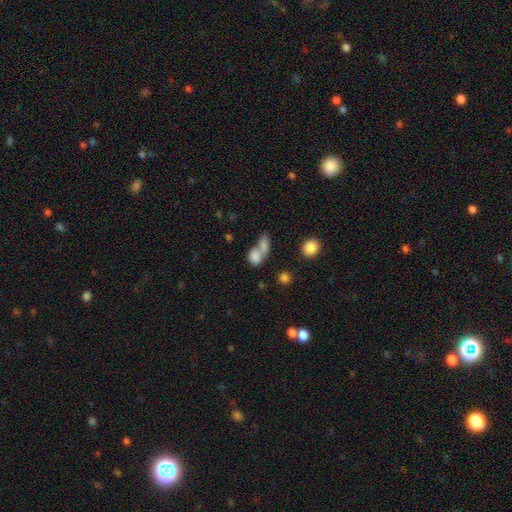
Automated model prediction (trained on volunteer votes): Smooth or featured? Predicted: smooth (p=0.80). How rounded? Predicted: in between (p=0.72). Merging? Predicted: merger (p=0.61).